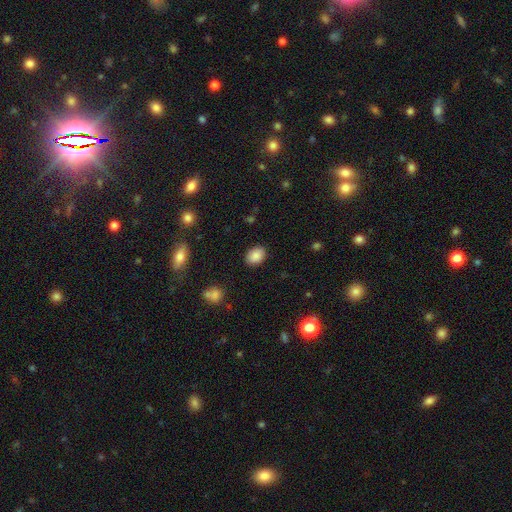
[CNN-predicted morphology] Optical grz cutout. It shows a smooth galaxy with no disk features (87%) that is in between round and cigar-shaped (69%). Merging: none (87%).